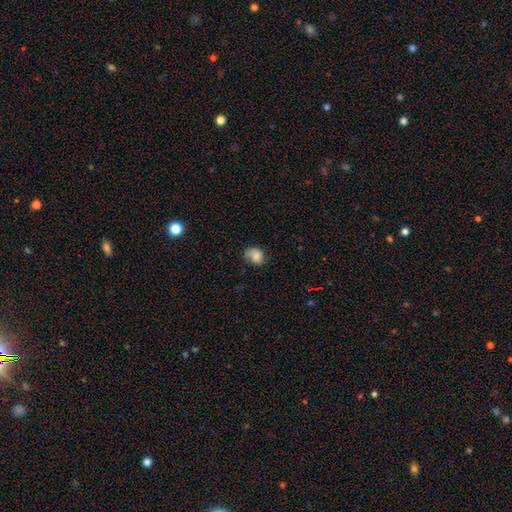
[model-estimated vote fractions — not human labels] Overall: smooth (71%). How rounded: in between (52%; round 47%). Merging: none (53%; minor disturbance 31%).